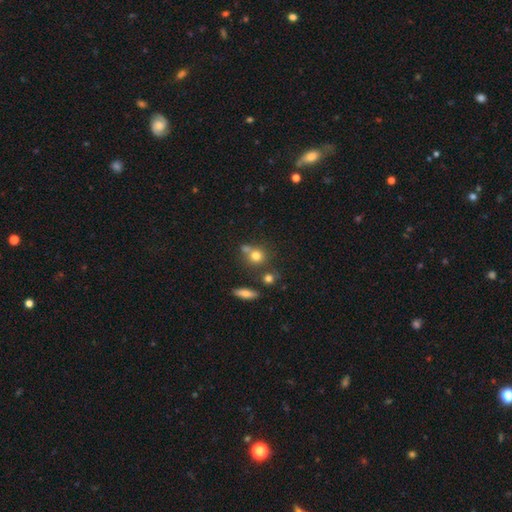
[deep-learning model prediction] smooth 75%, star or artifact 13%, featured or disk 12%. Down the decision tree: how rounded — round (80%); merging — none (55%).